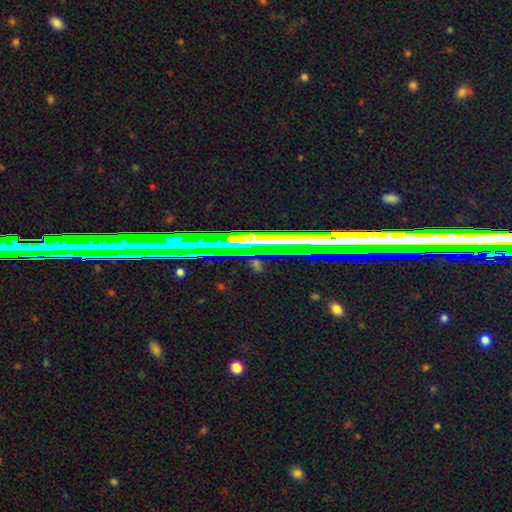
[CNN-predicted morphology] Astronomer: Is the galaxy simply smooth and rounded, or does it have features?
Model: star or artifact — 67%.